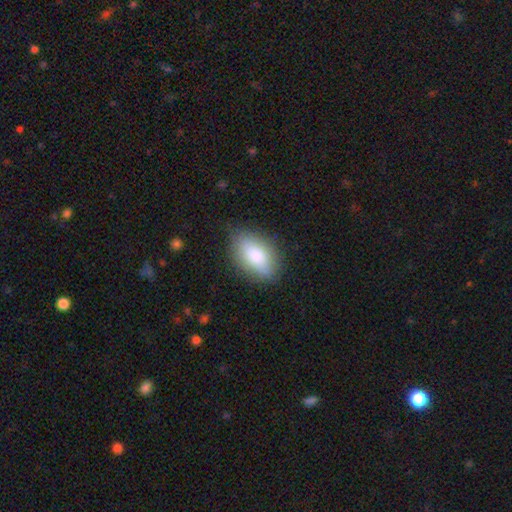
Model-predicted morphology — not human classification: A smooth galaxy with no disk features (82%) that is in between round and cigar-shaped (90%). Merging: none (78%).